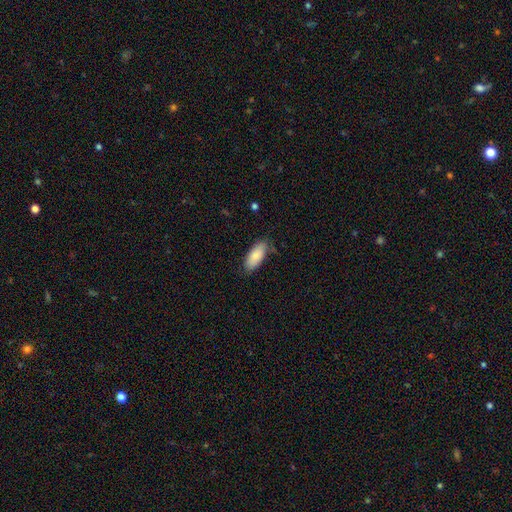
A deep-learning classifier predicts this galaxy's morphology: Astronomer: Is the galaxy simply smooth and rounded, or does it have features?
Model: smooth — 85%.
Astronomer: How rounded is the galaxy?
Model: in between — 86%.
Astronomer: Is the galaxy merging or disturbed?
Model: none — 78%.